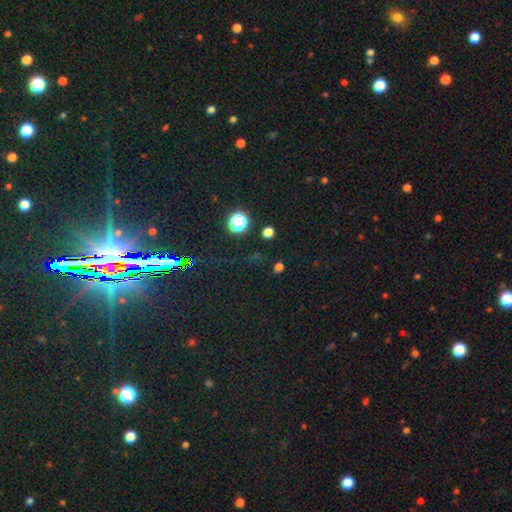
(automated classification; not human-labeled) Smooth or featured? star or artifact (82%)